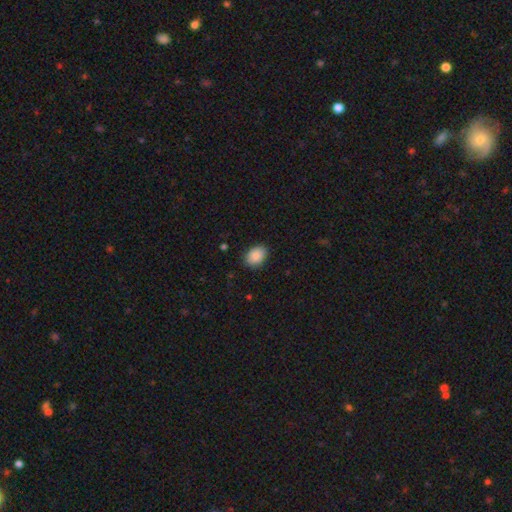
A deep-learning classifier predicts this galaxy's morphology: Smooth or featured? smooth (88%)
How rounded? in between (72%)
Merging? none (87%)